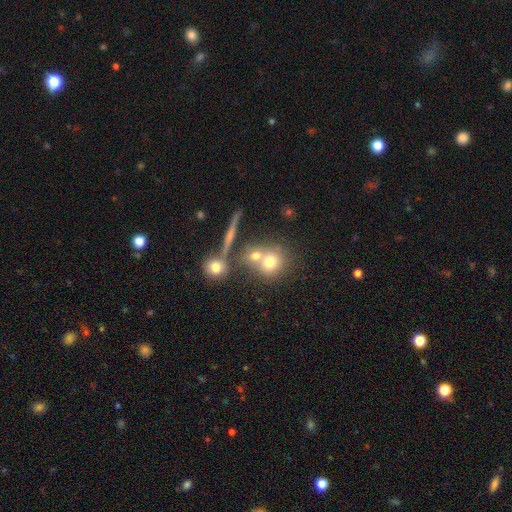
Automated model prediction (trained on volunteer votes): This is likely a smooth galaxy (67%). How rounded: likely round (77%). Merging: possibly none (46%).